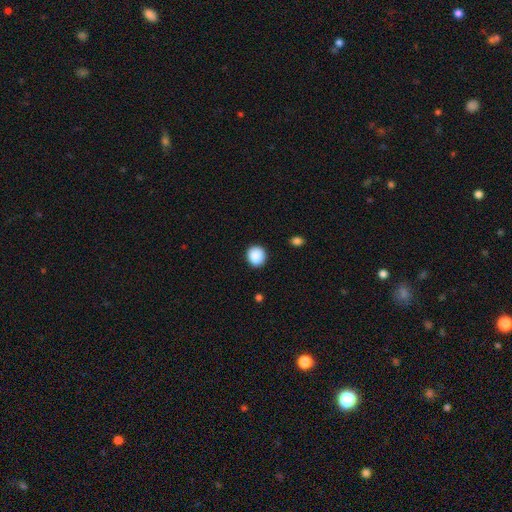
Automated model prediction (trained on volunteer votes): Morphology: type=smooth (89%); roundness=round (86%); merging=none (90%).